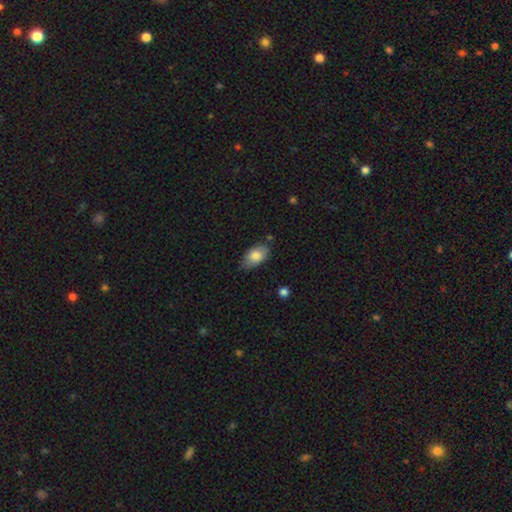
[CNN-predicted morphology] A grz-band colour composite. It shows a smooth galaxy with no disk features (81%) that is in between round and cigar-shaped (92%). Merging: none (73%).